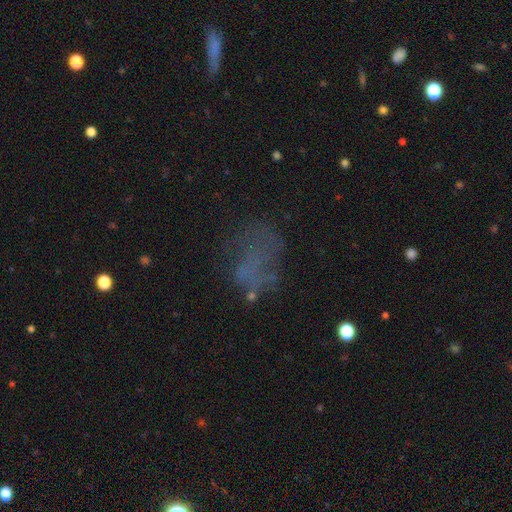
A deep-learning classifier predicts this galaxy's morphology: The model was most divided on "smooth or featured": smooth: 41%, star or artifact: 32%, featured or disk: 27%. More confident: merging — none (54%).